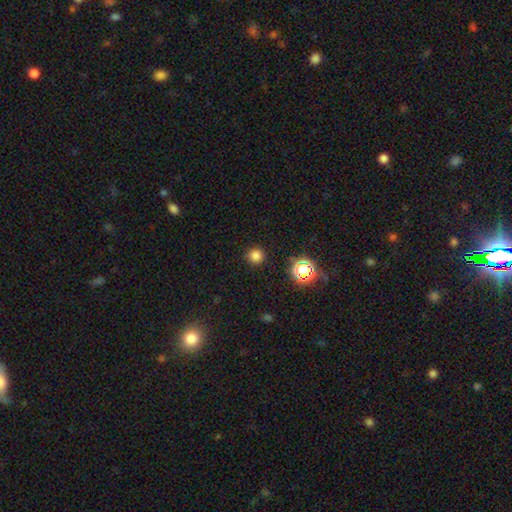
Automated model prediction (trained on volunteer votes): This appears to be a smooth galaxy with no disk features (80%) that is round (95%). Merging: none (91%).